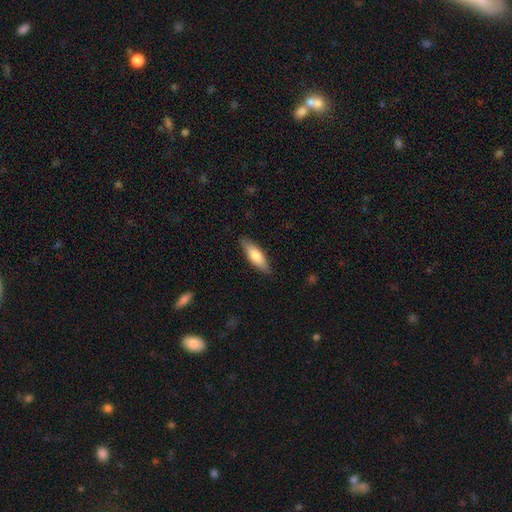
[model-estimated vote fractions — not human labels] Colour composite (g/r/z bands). It shows a smooth galaxy with no disk features (70%) that is cigar-shaped (52%). Merging: none (86%).